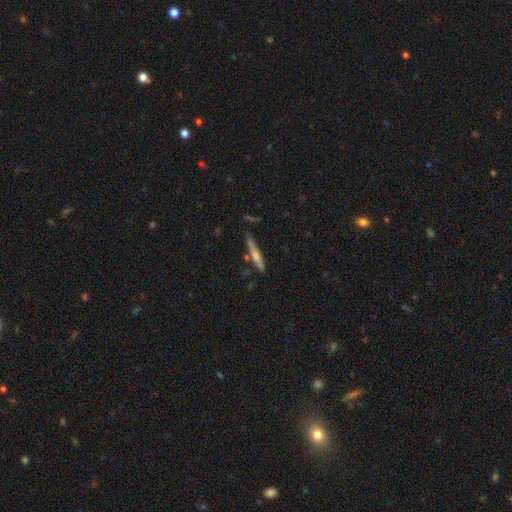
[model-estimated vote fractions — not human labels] Morphology: type=smooth (53%); roundness=cigar-shaped (92%); merging=none (70%).